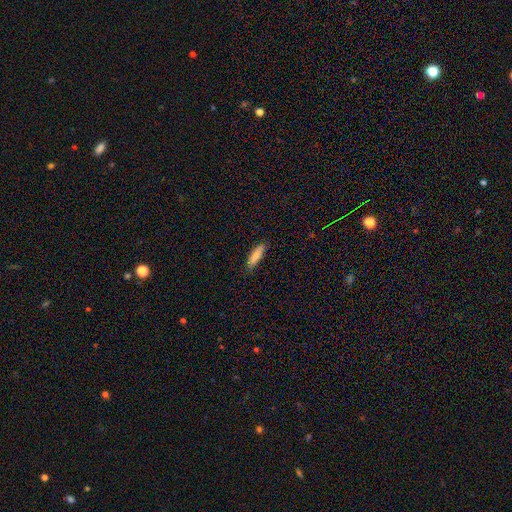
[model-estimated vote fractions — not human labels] smooth 84%, featured or disk 10%, star or artifact 6%. Down the decision tree: how rounded — cigar-shaped (65%); merging — none (83%).